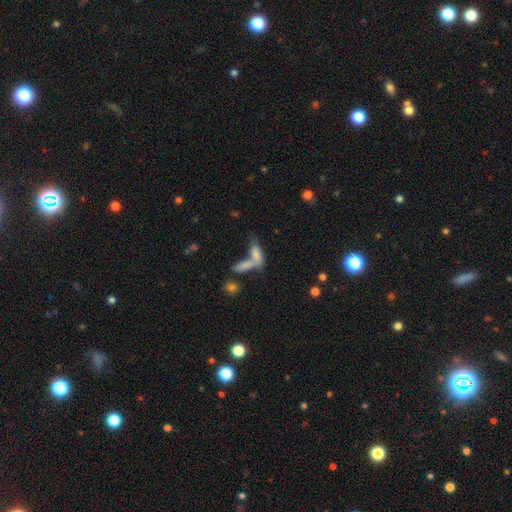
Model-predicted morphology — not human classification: A smooth galaxy with no disk features (72%) that is in between round and cigar-shaped (61%). Merging: merger (57%).